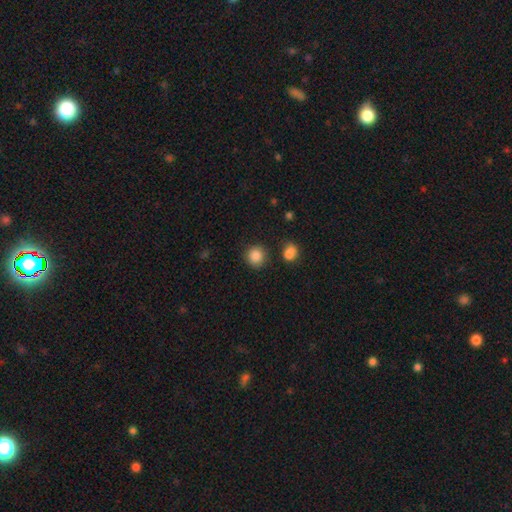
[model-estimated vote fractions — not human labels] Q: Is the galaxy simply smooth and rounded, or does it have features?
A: smooth — 87%.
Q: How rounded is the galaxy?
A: round — 91%.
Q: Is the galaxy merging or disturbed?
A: none — 85%.